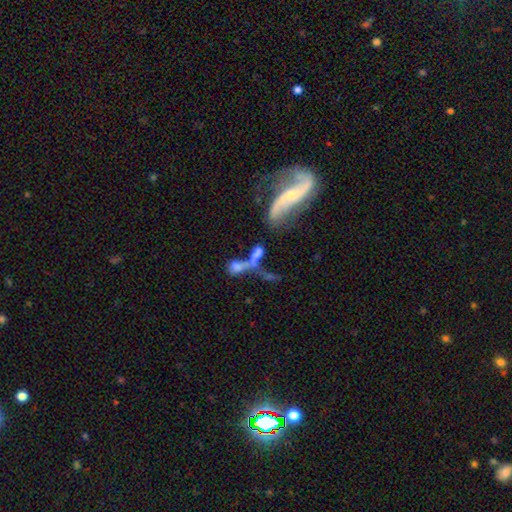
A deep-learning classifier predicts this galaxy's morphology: The model was most divided on "smooth or featured": smooth: 47%, featured or disk: 38%, star or artifact: 15%. More confident: merging — merger (62%).